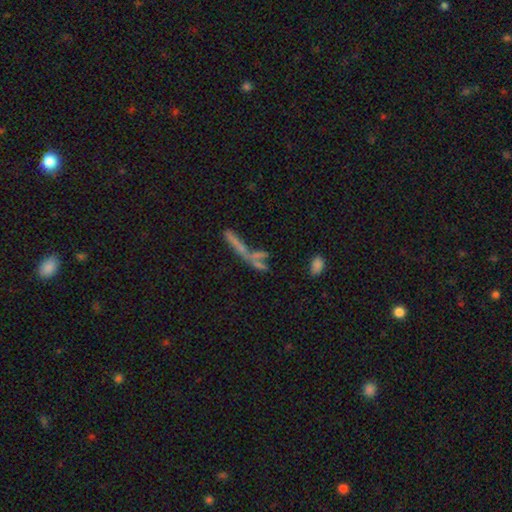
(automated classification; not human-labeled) smooth-or-featured: smooth: 44% | featured or disk: 36% | star or artifact: 19%
  merging: merger: 41% | none: 37% | major disturbance: 12% | minor disturbance: 10%